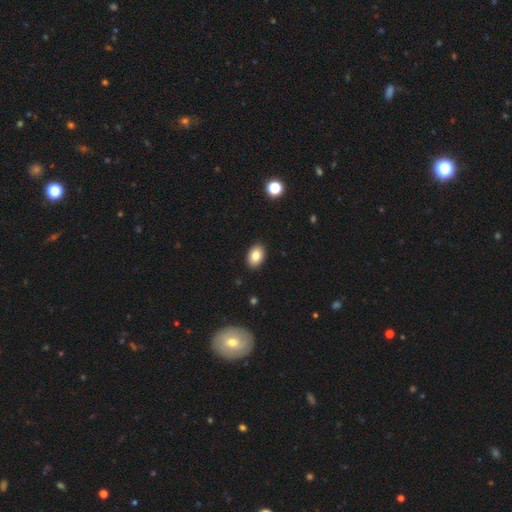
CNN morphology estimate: Q: Smooth or featured?
A: smooth (83%); runner-up: star or artifact (9%)
Q: How rounded?
A: in between (84%); runner-up: round (15%)
Q: Merging?
A: none (90%); runner-up: minor disturbance (7%)